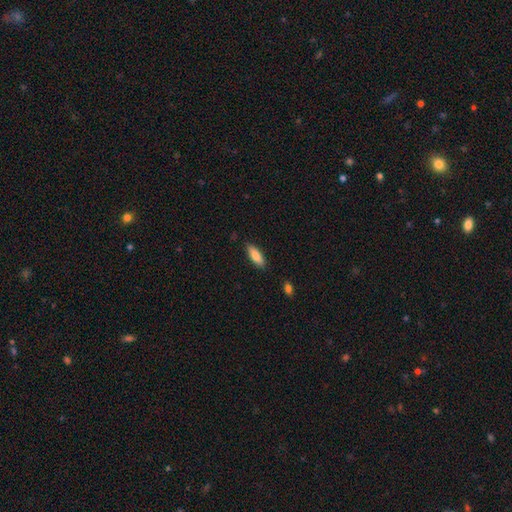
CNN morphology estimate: smooth_or_featured: smooth (p=0.82) [alt: featured or disk p=0.12]
how_rounded: in between (p=0.60) [alt: cigar-shaped p=0.39]
merging: none (p=0.85) [alt: minor disturbance p=0.11]